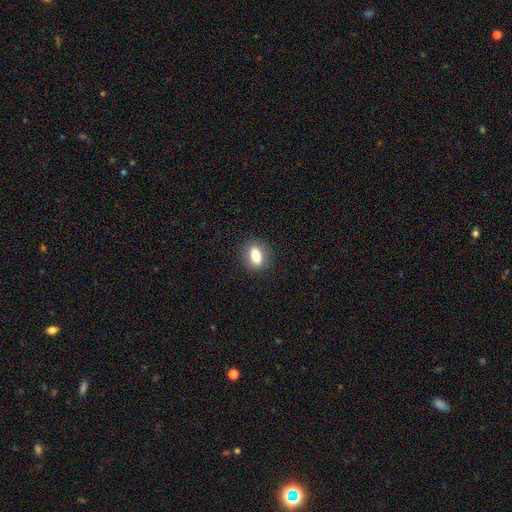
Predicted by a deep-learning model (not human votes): Morphology: type=smooth (82%); roundness=in between (76%); merging=none (86%).